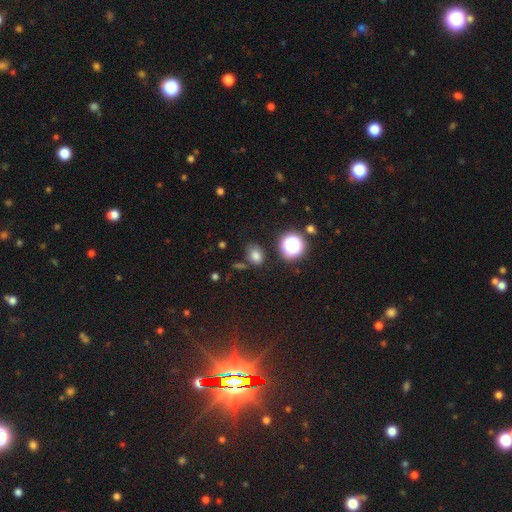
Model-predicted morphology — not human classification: Smooth or featured?
  - smooth: 75% *
  - star or artifact: 19%
  - featured or disk: 7%
How rounded?
  - in between: 64% *
  - round: 35%
  - cigar-shaped: 1%
Merging?
  - none: 75% *
  - minor disturbance: 14%
  - merger: 6%
  - major disturbance: 4%